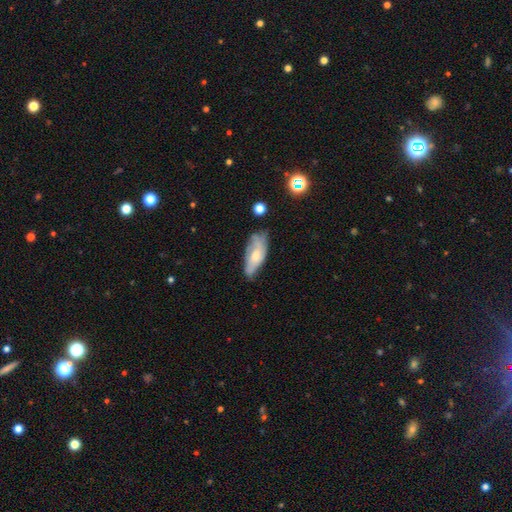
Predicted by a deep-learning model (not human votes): Morphology: type=smooth (52%); roundness=in between (81%); merging=none (48%).